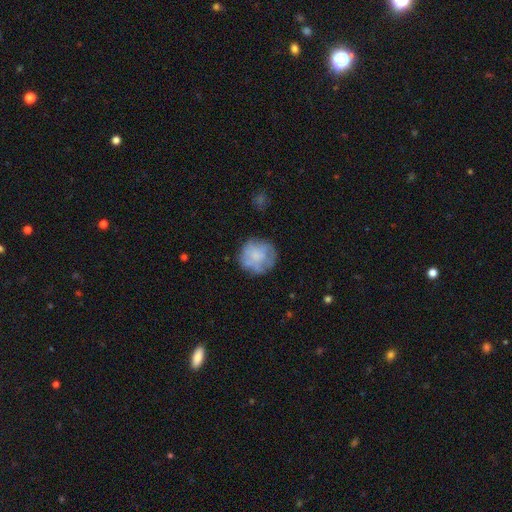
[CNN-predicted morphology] A smooth galaxy with no disk features (58%) that is round (91%).

Vote fractions:
- Smooth or featured? smooth: 58% / featured or disk: 34% / star or artifact: 9%
- How rounded? round: 91% / in between: 8% / cigar-shaped: 1%
- Merging? none: 70% / minor disturbance: 19% / major disturbance: 9% / merger: 3%